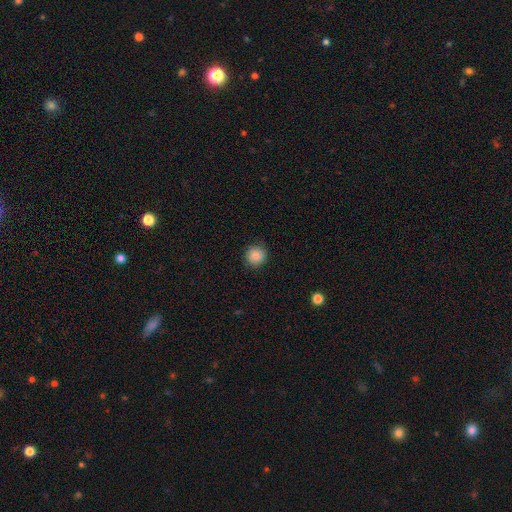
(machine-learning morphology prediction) This appears to be a smooth galaxy with no disk features (87%) that is round (92%). Merging: none (88%).